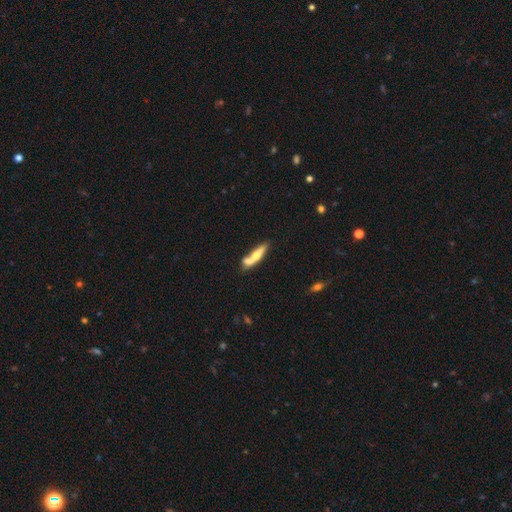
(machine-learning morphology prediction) A featured or disk galaxy (47%).

Vote fractions:
- Smooth or featured? featured or disk: 47% / smooth: 46% / star or artifact: 6%
- Merging? none: 46% / merger: 33% / minor disturbance: 15% / major disturbance: 6%